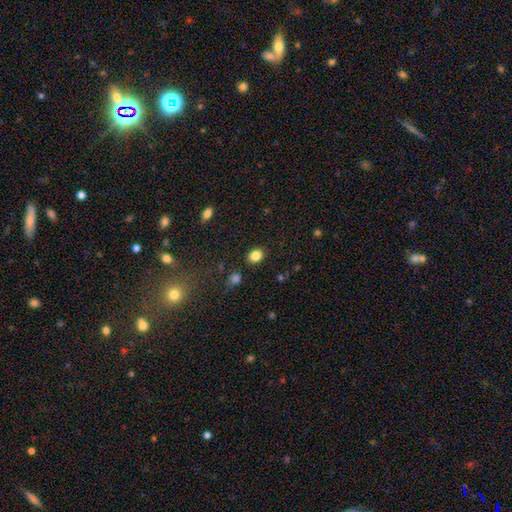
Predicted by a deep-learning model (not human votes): Smooth or featured?
  - smooth: 84% *
  - star or artifact: 11%
  - featured or disk: 5%
How rounded?
  - round: 52% *
  - in between: 48%
  - cigar-shaped: 1%
Merging?
  - none: 88% *
  - minor disturbance: 8%
  - major disturbance: 2%
  - merger: 2%